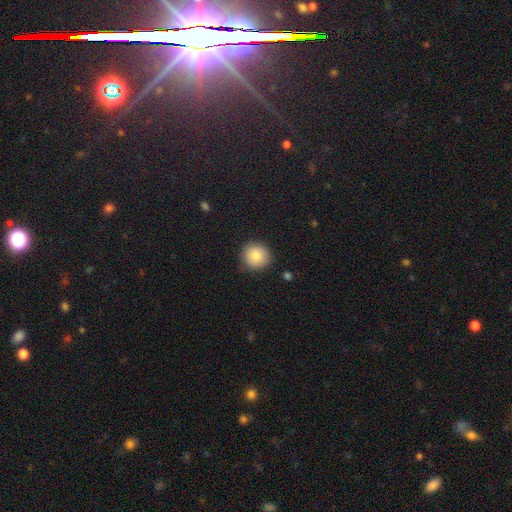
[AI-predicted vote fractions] smooth-or-featured: smooth: 84% | star or artifact: 8% | featured or disk: 8%
  how-rounded: round: 92% | in between: 7% | cigar-shaped: 1%
  merging: none: 87% | minor disturbance: 10% | major disturbance: 2% | merger: 1%